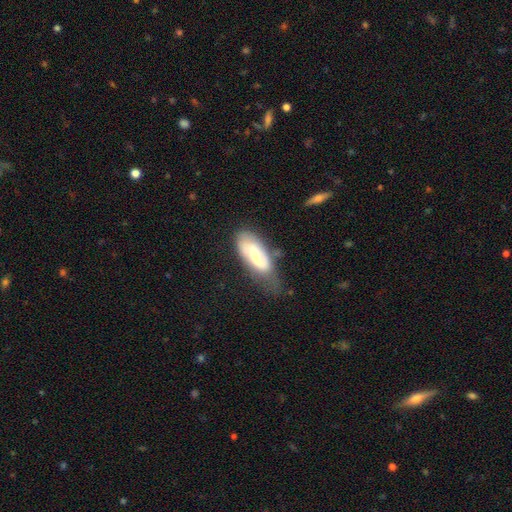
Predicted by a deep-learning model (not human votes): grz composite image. It shows a featured or disk galaxy (54%). Merging: none (41%).